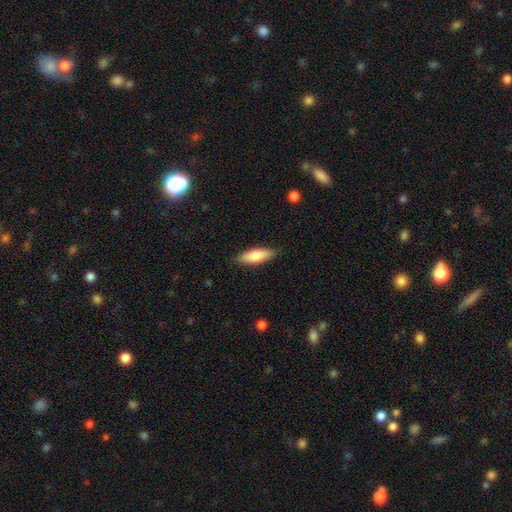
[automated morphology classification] Smooth or featured? smooth (77%)
How rounded? in between (54%)
Merging? none (87%)